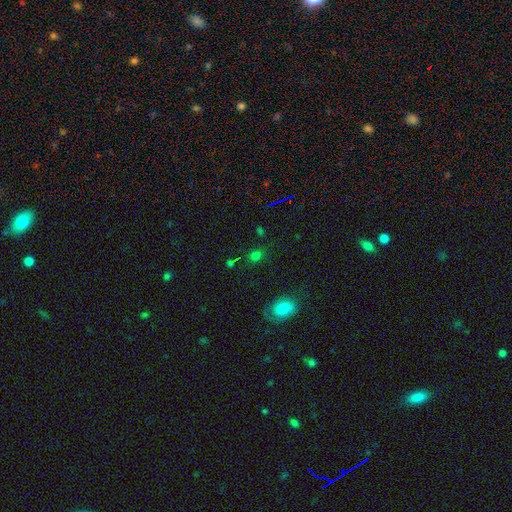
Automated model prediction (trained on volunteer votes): Smooth or featured?
  - smooth: 64% *
  - star or artifact: 28%
  - featured or disk: 8%
How rounded?
  - round: 69% *
  - in between: 29%
  - cigar-shaped: 2%
Merging?
  - none: 77% *
  - minor disturbance: 13%
  - major disturbance: 5%
  - merger: 5%